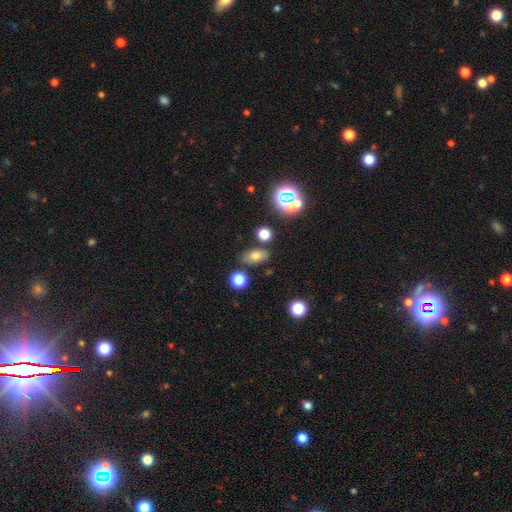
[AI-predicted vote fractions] Morphology: type=smooth (71%); roundness=in between (83%); merging=none (79%).